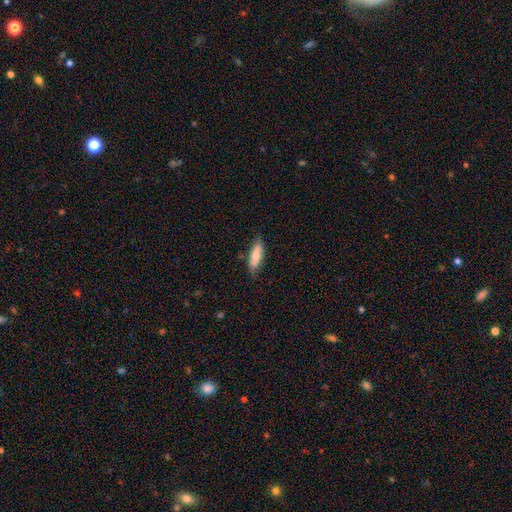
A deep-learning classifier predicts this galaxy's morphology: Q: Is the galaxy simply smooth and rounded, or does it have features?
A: smooth — 71%.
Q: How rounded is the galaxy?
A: in between — 56%.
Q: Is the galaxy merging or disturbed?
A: none — 78%.